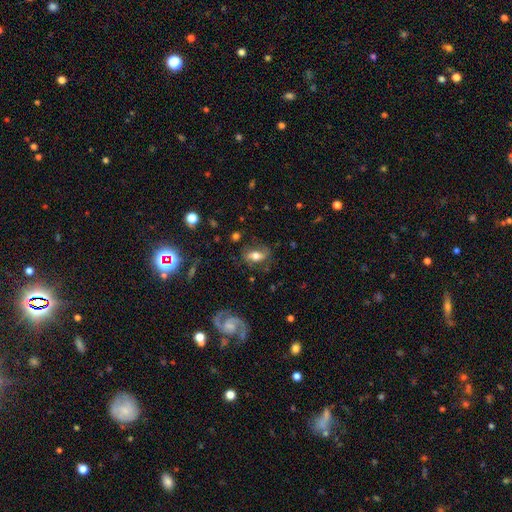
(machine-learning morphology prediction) Smooth or featured?
  - smooth: 52% *
  - featured or disk: 39%
  - star or artifact: 9%
How rounded?
  - in between: 81% *
  - round: 11%
  - cigar-shaped: 8%
Merging?
  - none: 69% *
  - minor disturbance: 19%
  - major disturbance: 10%
  - merger: 2%